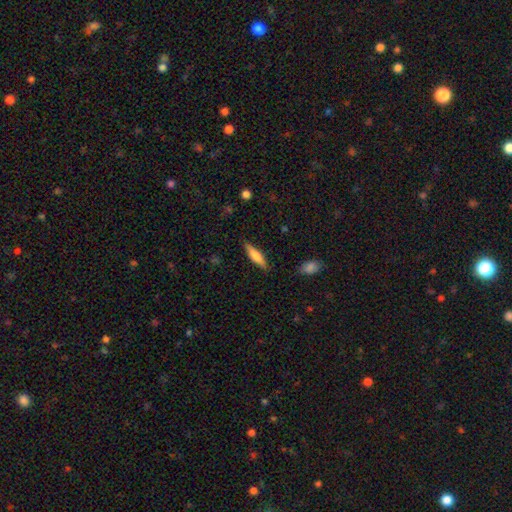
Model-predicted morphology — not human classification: smooth_or_featured: smooth (p=0.62) [alt: featured or disk p=0.31]
how_rounded: cigar-shaped (p=0.71) [alt: in between p=0.27]
merging: none (p=0.85) [alt: minor disturbance p=0.11]